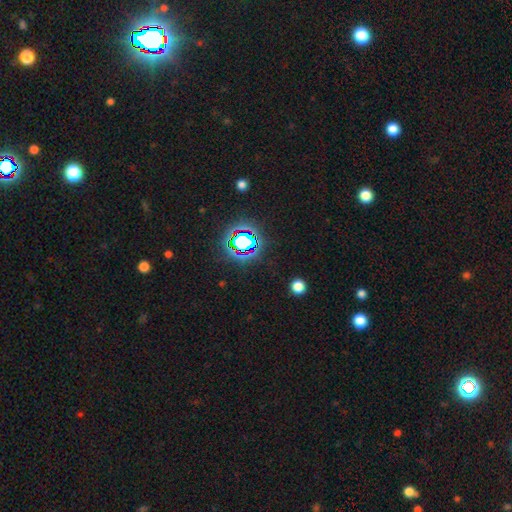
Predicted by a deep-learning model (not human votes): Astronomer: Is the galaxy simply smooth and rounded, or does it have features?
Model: star or artifact — 79%.